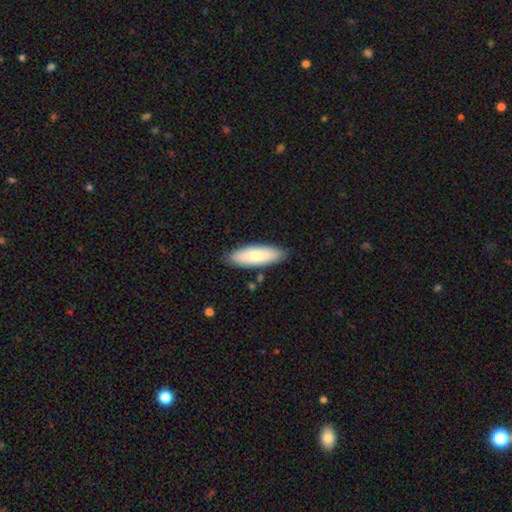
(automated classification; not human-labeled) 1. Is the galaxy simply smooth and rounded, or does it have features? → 78% smooth, 16% featured or disk, 5% star or artifact.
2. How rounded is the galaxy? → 62% in between, 37% cigar-shaped, 2% round.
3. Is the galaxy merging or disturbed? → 86% none, 10% minor disturbance, 2% major disturbance, 2% merger.